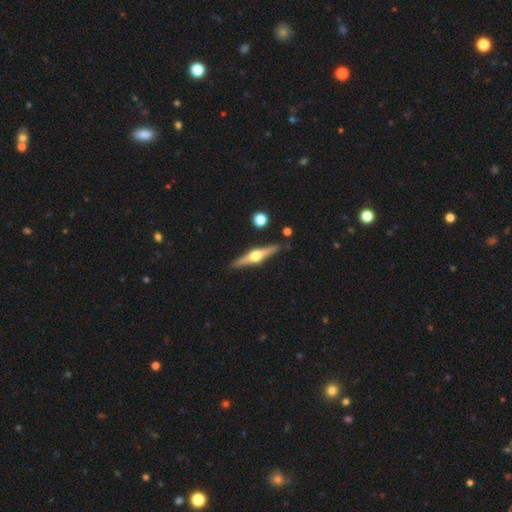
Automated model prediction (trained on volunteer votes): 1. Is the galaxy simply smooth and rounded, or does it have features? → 78% featured or disk, 17% smooth, 5% star or artifact.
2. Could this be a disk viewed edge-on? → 98% yes, 2% no.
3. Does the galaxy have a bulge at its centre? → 96% rounded, 2% boxy, 1% none.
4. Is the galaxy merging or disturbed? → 88% none, 7% minor disturbance, 3% merger, 2% major disturbance.